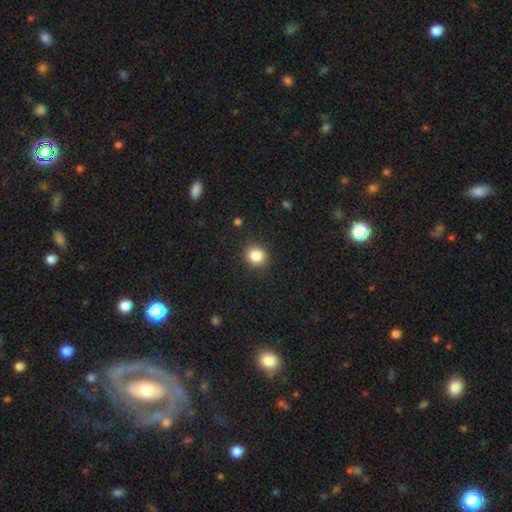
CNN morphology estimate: Q: Smooth or featured?
A: smooth (86%); runner-up: star or artifact (10%)
Q: How rounded?
A: round (87%); runner-up: in between (12%)
Q: Merging?
A: none (89%); runner-up: minor disturbance (7%)